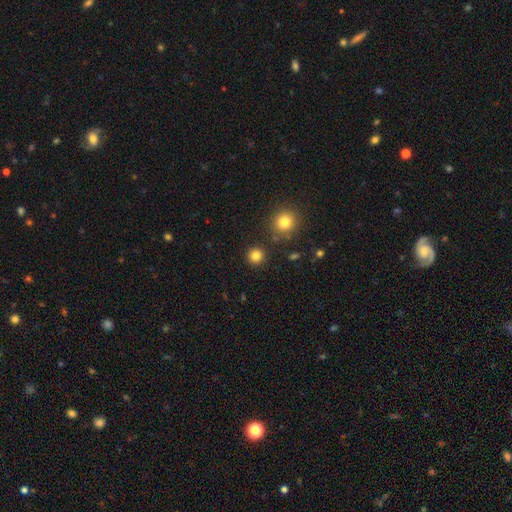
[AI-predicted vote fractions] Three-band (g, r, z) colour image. It shows a smooth galaxy with no disk features (83%) that is round (94%). Merging: none (89%).